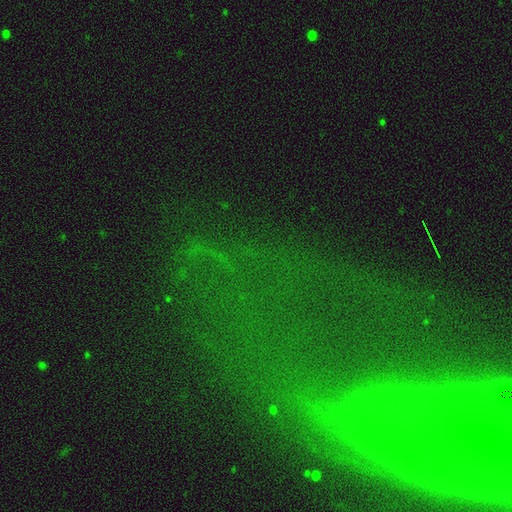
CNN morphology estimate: Smooth or featured? Predicted: star or artifact (p=0.45).